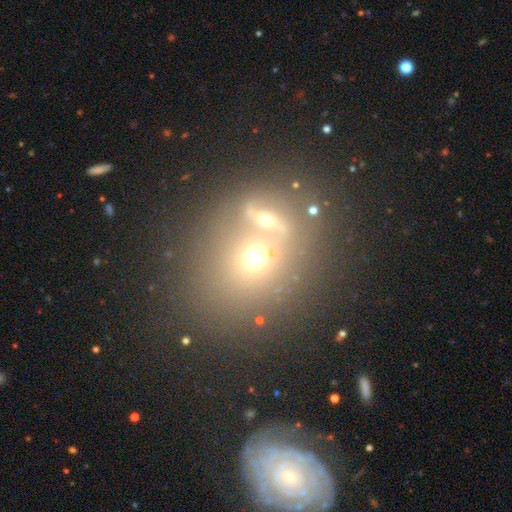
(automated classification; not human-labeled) Smooth or featured? smooth (47%)
Merging? merger (55%)